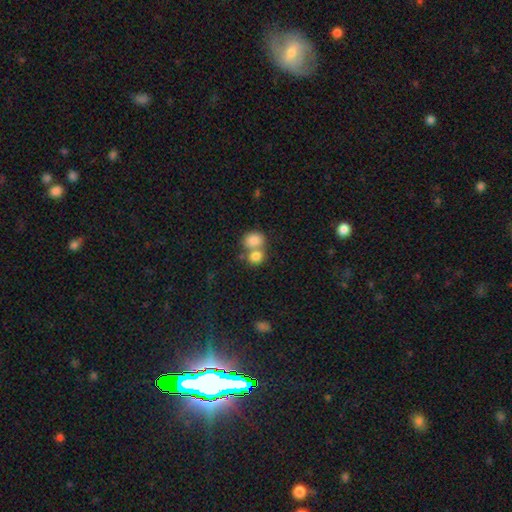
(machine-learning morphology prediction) This is clearly a smooth galaxy (81%). How rounded: likely round (61%). Merging: possibly merger (56%).